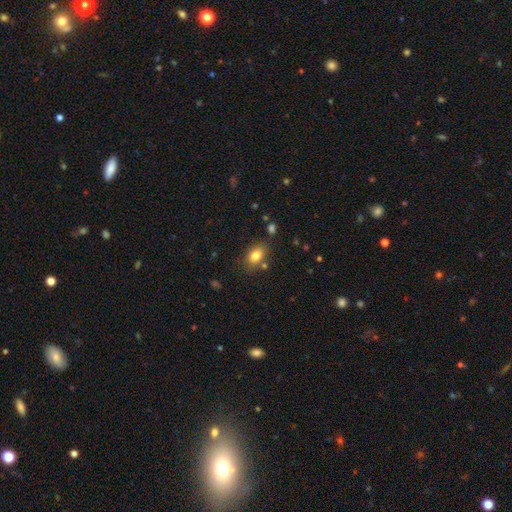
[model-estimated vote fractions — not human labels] smooth-or-featured: smooth: 81% | star or artifact: 10% | featured or disk: 9%
  how-rounded: in between: 78% | round: 20% | cigar-shaped: 1%
  merging: none: 76% | minor disturbance: 14% | merger: 6% | major disturbance: 4%